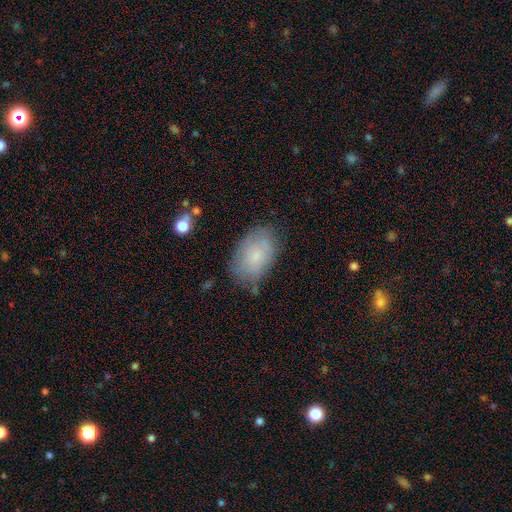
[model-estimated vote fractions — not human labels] Smooth or featured: smooth — 68% (featured or disk — 24%)
How rounded: in between — 90% (round — 8%)
Merging: none — 70% (minor disturbance — 22%)